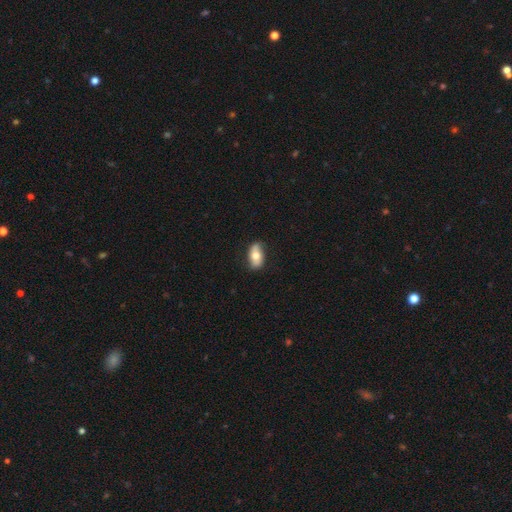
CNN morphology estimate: Smooth or featured: smooth — 58% (featured or disk — 35%)
How rounded: in between — 89% (round — 6%)
Merging: none — 80% (minor disturbance — 16%)